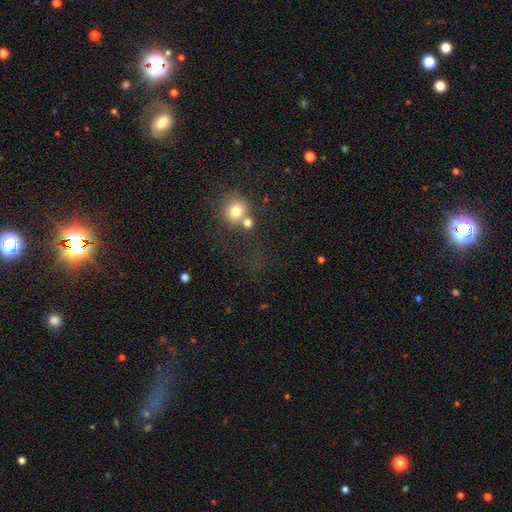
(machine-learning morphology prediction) star or artifact 50%, smooth 39%, featured or disk 11%.